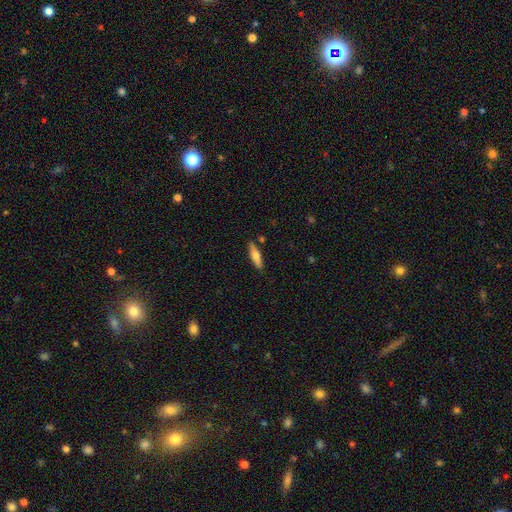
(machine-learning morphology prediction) Smooth or featured?
  - smooth: 64% *
  - featured or disk: 30%
  - star or artifact: 6%
How rounded?
  - cigar-shaped: 70% *
  - in between: 28%
  - round: 2%
Merging?
  - none: 84% *
  - minor disturbance: 11%
  - merger: 3%
  - major disturbance: 2%